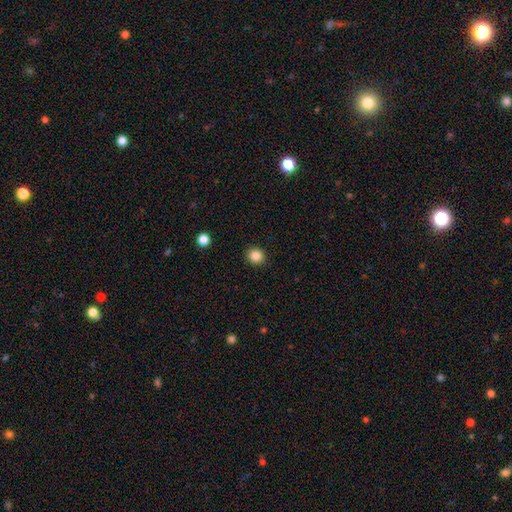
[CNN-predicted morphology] This appears to be a smooth galaxy with no disk features (85%) that is round (84%). Merging: none (91%).